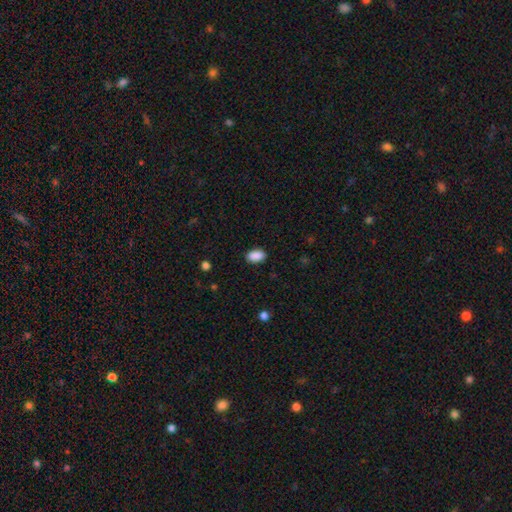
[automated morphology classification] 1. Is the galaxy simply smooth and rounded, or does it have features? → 90% smooth, 7% star or artifact, 3% featured or disk.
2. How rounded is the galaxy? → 92% in between, 6% round, 2% cigar-shaped.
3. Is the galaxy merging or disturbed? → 88% none, 8% minor disturbance, 2% major disturbance, 1% merger.